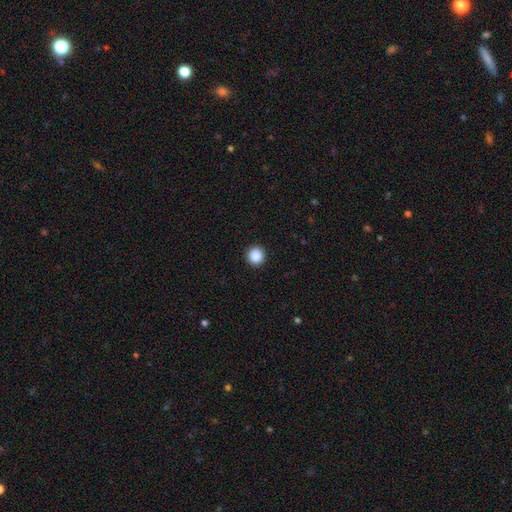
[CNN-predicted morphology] Smooth or featured? Predicted: smooth (p=0.88). How rounded? Predicted: round (p=0.95). Merging? Predicted: none (p=0.93).